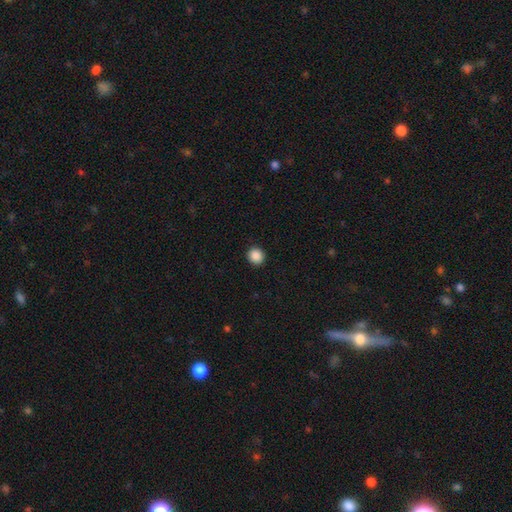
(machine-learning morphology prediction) Smooth or featured? smooth (88%)
How rounded? round (91%)
Merging? none (92%)